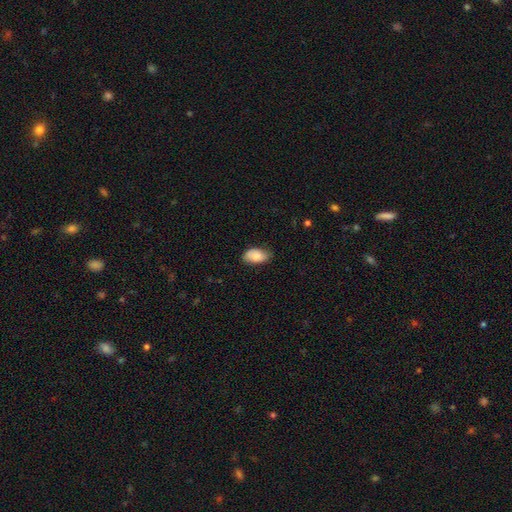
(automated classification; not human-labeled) This appears to be a smooth galaxy with no disk features (83%) that is in between round and cigar-shaped (93%). Merging: none (74%).